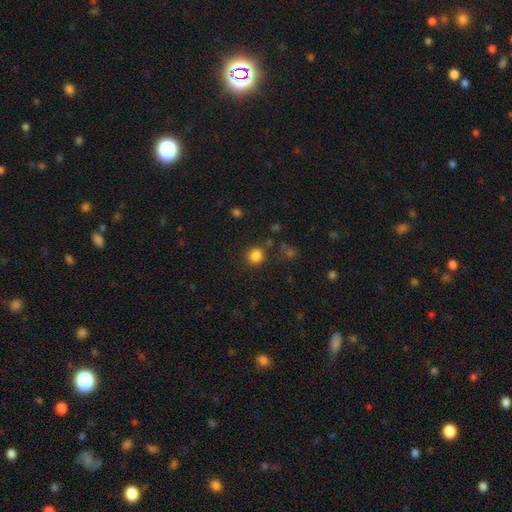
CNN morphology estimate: smooth_or_featured: smooth (p=0.84) [alt: star or artifact p=0.12]
how_rounded: round (p=0.84) [alt: in between p=0.15]
merging: none (p=0.80) [alt: minor disturbance p=0.10]